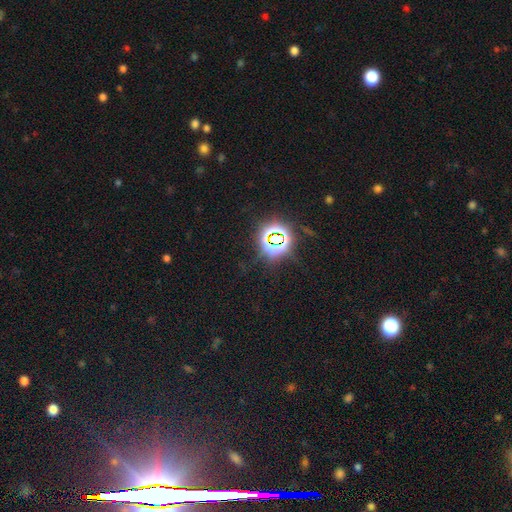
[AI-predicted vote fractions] Overall: star or artifact (80%).